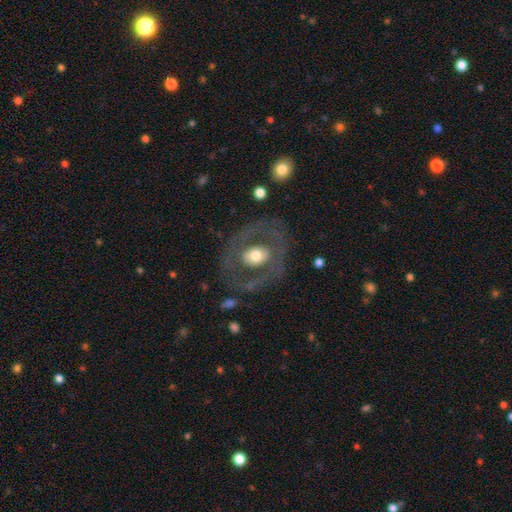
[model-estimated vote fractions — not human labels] Smooth or featured? featured or disk (60%)
Edge-on disk? no (94%)
Bar? no (76%)
Spiral arms? no (74%)
Bulge size? moderate (58%)
Merging? none (73%)